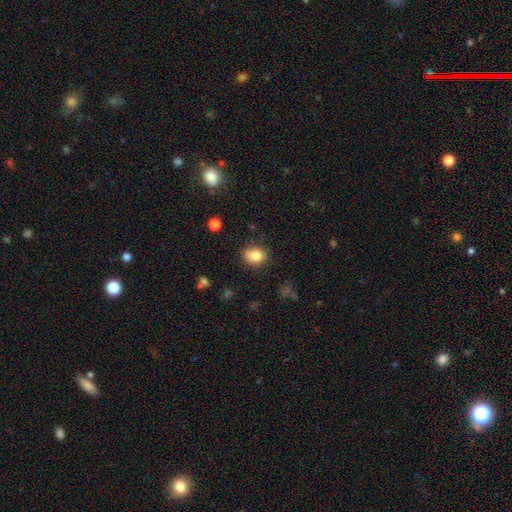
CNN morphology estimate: smooth-or-featured: smooth: 81% | star or artifact: 10% | featured or disk: 9%
  how-rounded: in between: 50% | round: 49% | cigar-shaped: 1%
  merging: none: 71% | minor disturbance: 20% | major disturbance: 5% | merger: 4%